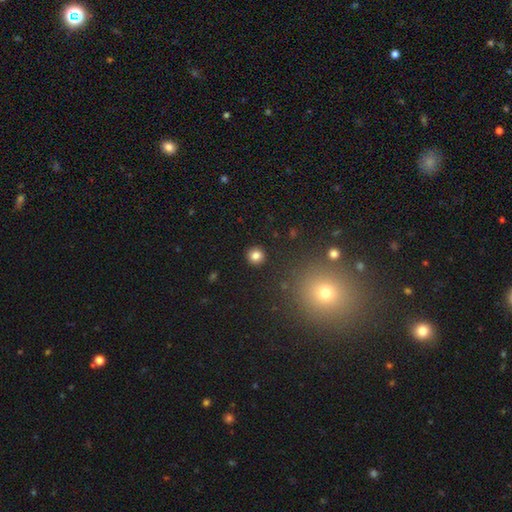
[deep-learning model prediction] Q: Smooth or featured?
A: smooth (83%); runner-up: star or artifact (12%)
Q: How rounded?
A: round (93%); runner-up: in between (6%)
Q: Merging?
A: none (92%); runner-up: minor disturbance (5%)